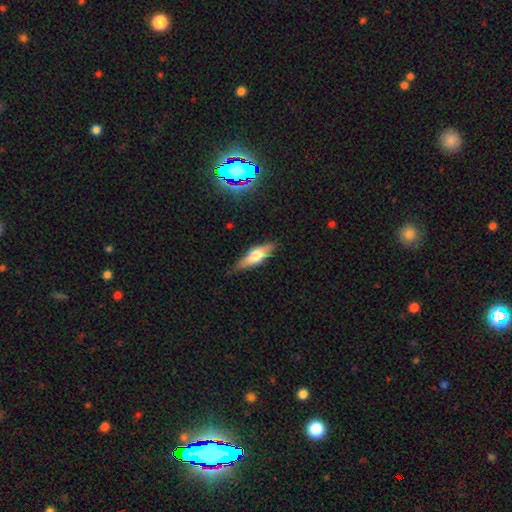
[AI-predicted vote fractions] This appears to be a smooth galaxy with no disk features (51%) that is cigar-shaped (52%). Merging: none (83%).